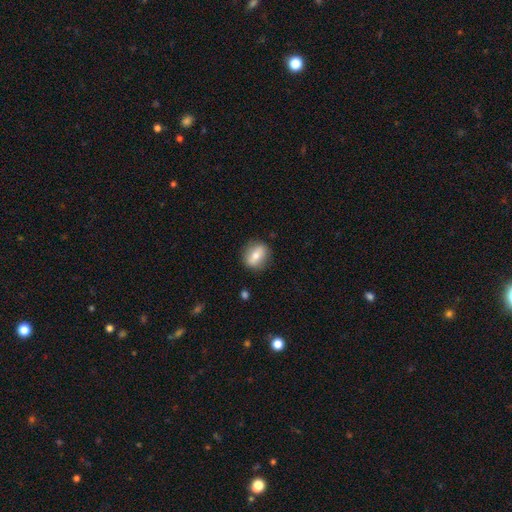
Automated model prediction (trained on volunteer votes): The model was most divided on "how rounded": in between: 56%, round: 40%, cigar-shaped: 5%. More confident: merging — none (84%); smooth or featured — smooth (66%).